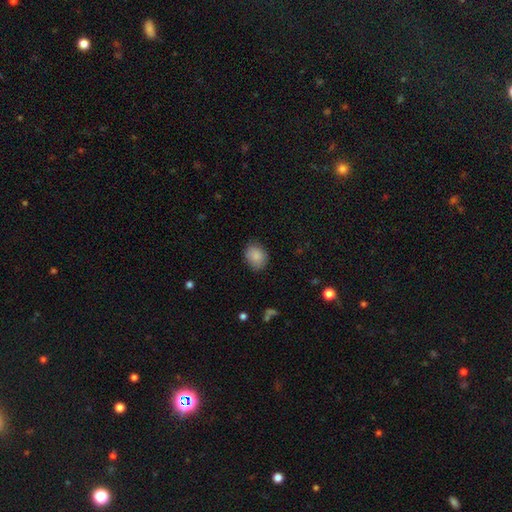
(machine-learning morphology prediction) Q: Smooth or featured?
A: smooth (88%); runner-up: star or artifact (8%)
Q: How rounded?
A: in between (53%); runner-up: round (46%)
Q: Merging?
A: none (82%); runner-up: minor disturbance (14%)